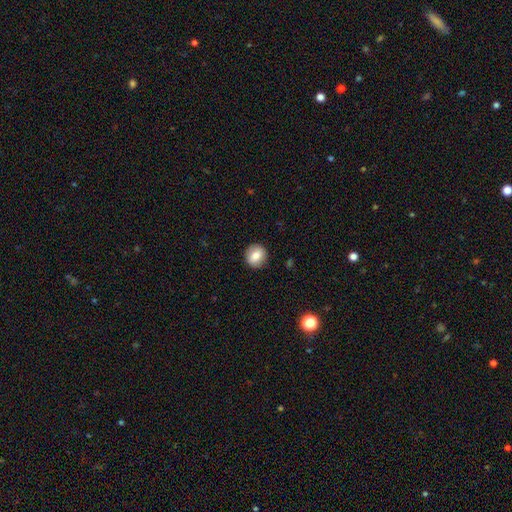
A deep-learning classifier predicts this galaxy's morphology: The model was most divided on "how rounded": round: 83%, in between: 16%, cigar-shaped: 1%. More confident: merging — none (90%); smooth or featured — smooth (80%).